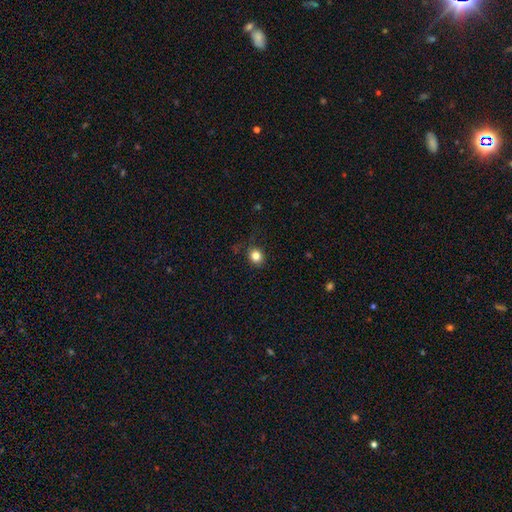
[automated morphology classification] Smooth or featured? smooth (83%)
How rounded? round (71%)
Merging? none (83%)